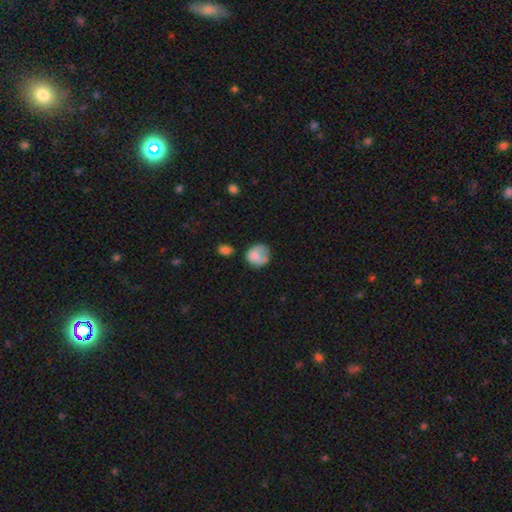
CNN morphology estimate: Overall: smooth (76%). How rounded: round (71%). Merging: none (46%; minor disturbance 31%).